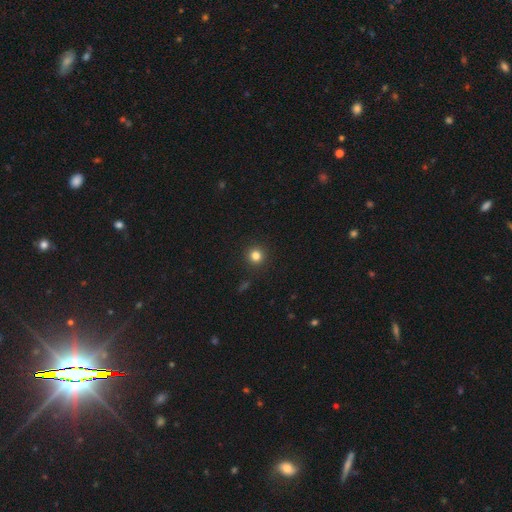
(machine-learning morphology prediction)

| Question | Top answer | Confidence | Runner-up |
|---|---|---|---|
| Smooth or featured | smooth | 81% | star or artifact (14%) |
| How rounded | round | 94% | in between (5%) |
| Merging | none | 92% | minor disturbance (5%) |